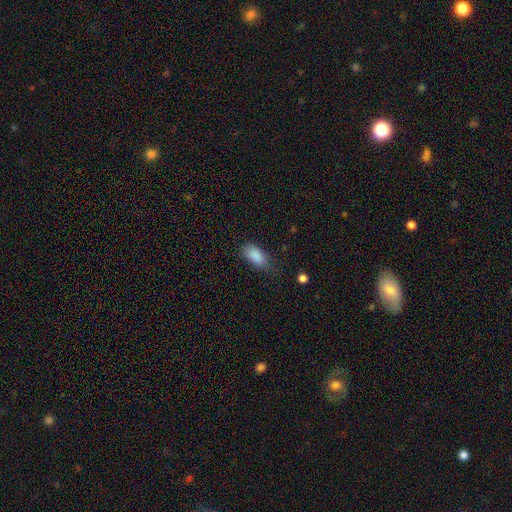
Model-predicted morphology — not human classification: smooth-or-featured: smooth: 88% | star or artifact: 7% | featured or disk: 5%
  how-rounded: in between: 90% | cigar-shaped: 6% | round: 3%
  merging: none: 62% | minor disturbance: 27% | major disturbance: 8% | merger: 2%